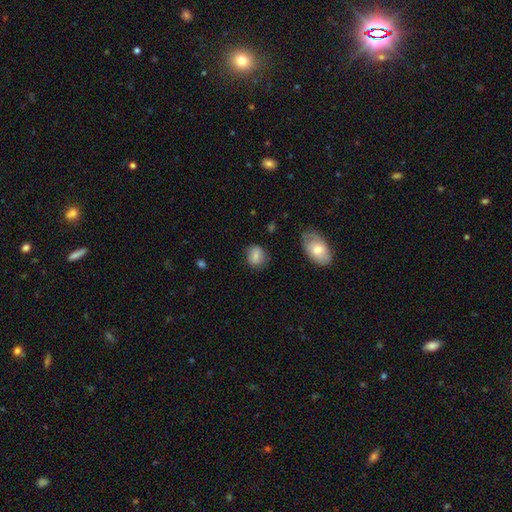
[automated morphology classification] Smooth or featured: smooth — 78% (featured or disk — 14%)
How rounded: round — 52% (in between — 46%)
Merging: none — 77% (minor disturbance — 17%)